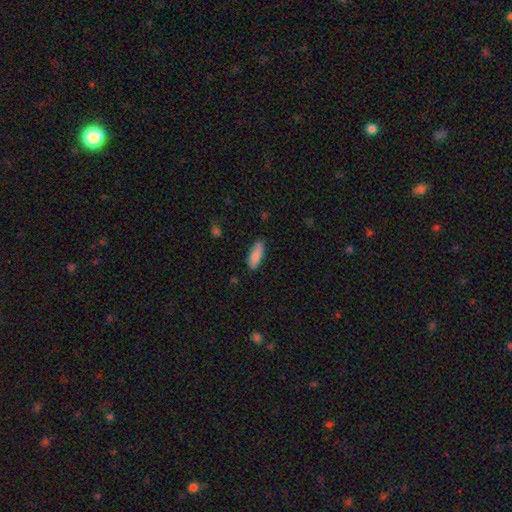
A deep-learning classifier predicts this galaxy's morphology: Q: Smooth or featured?
A: smooth (87%); runner-up: featured or disk (7%)
Q: How rounded?
A: in between (58%); runner-up: cigar-shaped (41%)
Q: Merging?
A: none (83%); runner-up: minor disturbance (14%)